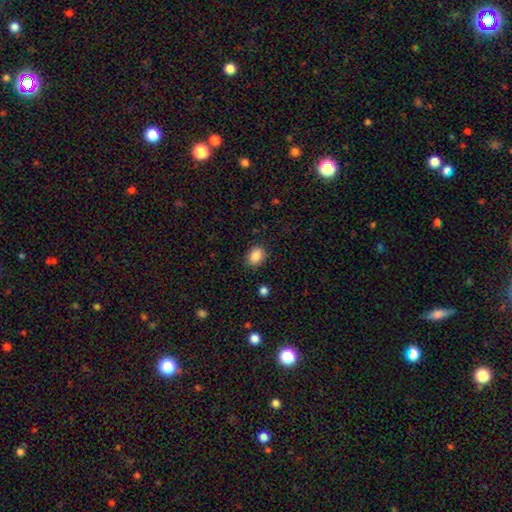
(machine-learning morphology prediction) The model was most divided on "how rounded": in between: 64%, round: 35%, cigar-shaped: 1%. More confident: smooth or featured — smooth (88%); merging — none (85%).